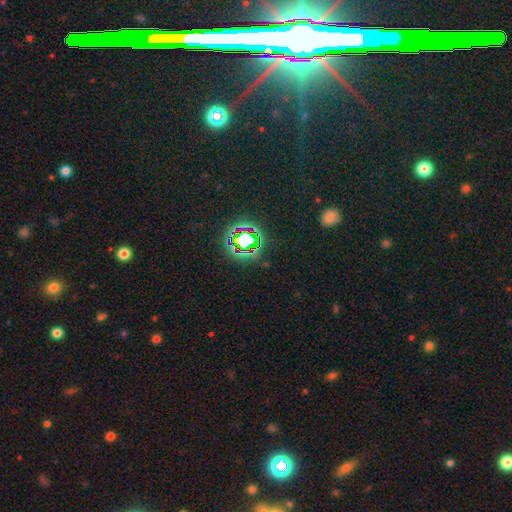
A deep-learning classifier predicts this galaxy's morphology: Smooth or featured? Predicted: star or artifact (p=0.74).